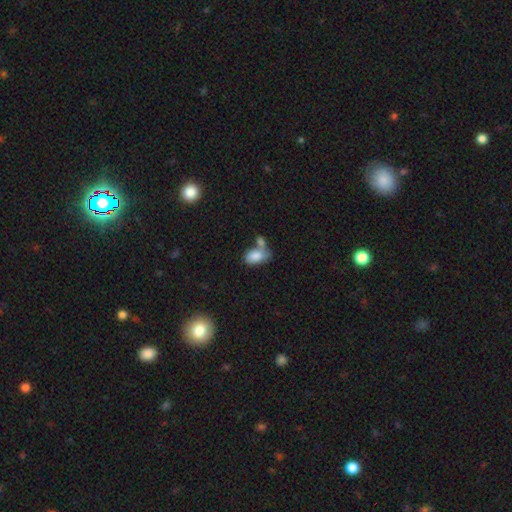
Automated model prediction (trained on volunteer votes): Smooth or featured?
  - smooth: 82% *
  - featured or disk: 10%
  - star or artifact: 8%
How rounded?
  - in between: 92% *
  - round: 6%
  - cigar-shaped: 2%
Merging?
  - merger: 43% *
  - none: 34%
  - minor disturbance: 16%
  - major disturbance: 7%